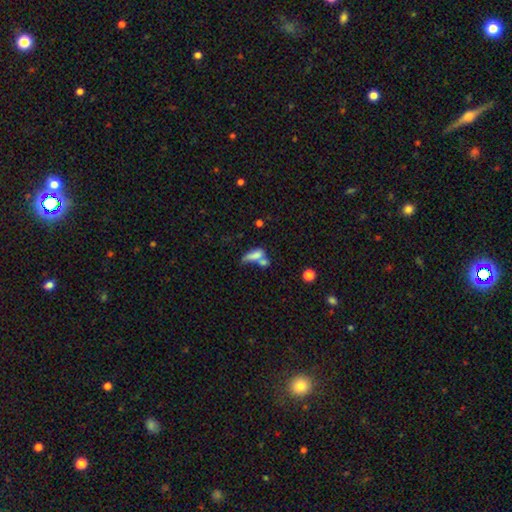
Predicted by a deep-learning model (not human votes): Overall: smooth (71%). How rounded: in between (63%; cigar-shaped 31%). Merging: merger (50%; none 24%).